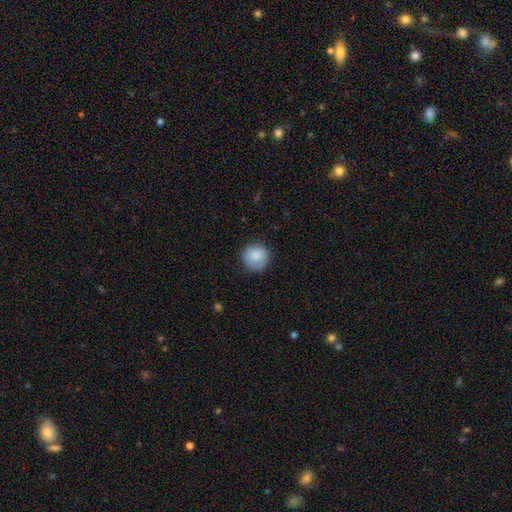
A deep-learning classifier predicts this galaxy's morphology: Smooth or featured: smooth — 87% (star or artifact — 7%)
How rounded: round — 92% (in between — 7%)
Merging: none — 81% (minor disturbance — 14%)